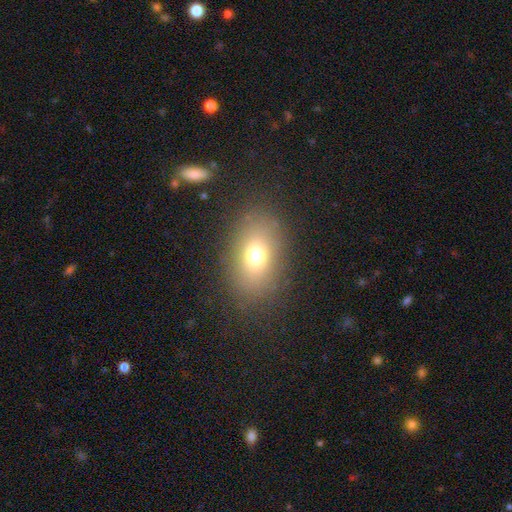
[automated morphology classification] This is likely a smooth galaxy (72%). How rounded: likely in between (80%). Merging: clearly none (83%).